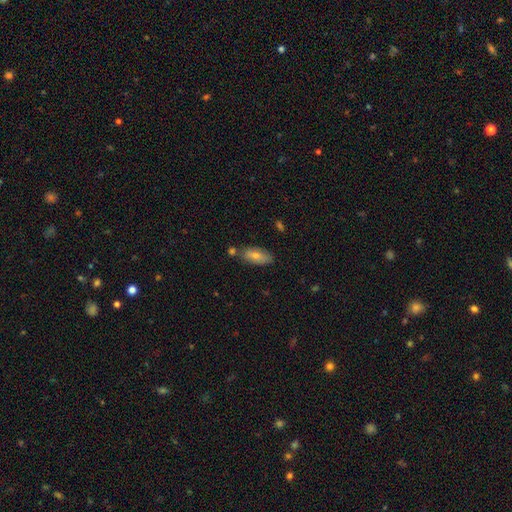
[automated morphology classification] Overall: smooth (73%). How rounded: in between (81%). Merging: none (68%).